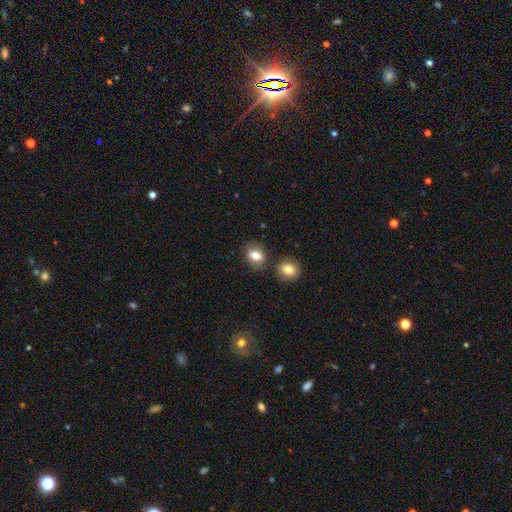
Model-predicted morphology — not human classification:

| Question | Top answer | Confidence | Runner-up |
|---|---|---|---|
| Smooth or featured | smooth | 78% | featured or disk (12%) |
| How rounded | in between | 62% | round (36%) |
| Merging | none | 71% | merger (14%) |